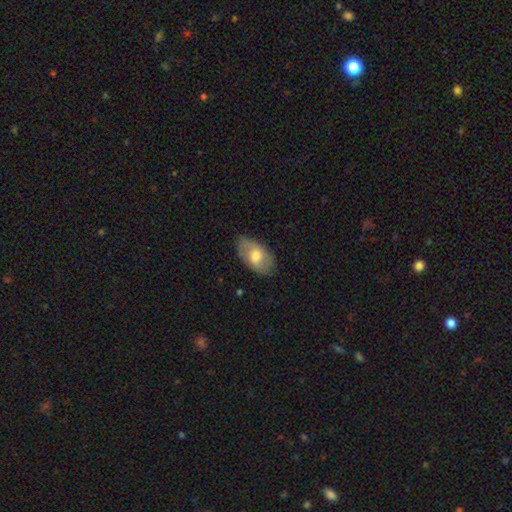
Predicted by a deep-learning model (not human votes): The model was most divided on "smooth or featured": smooth: 62%, featured or disk: 32%, star or artifact: 6%. More confident: how rounded — in between (93%); merging — none (74%).